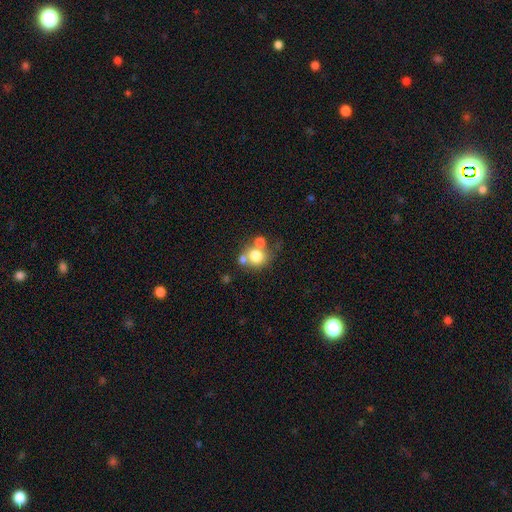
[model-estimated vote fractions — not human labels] Smooth or featured? Predicted: smooth (p=0.72). How rounded? Predicted: round (p=0.82). Merging? Predicted: none (p=0.49).